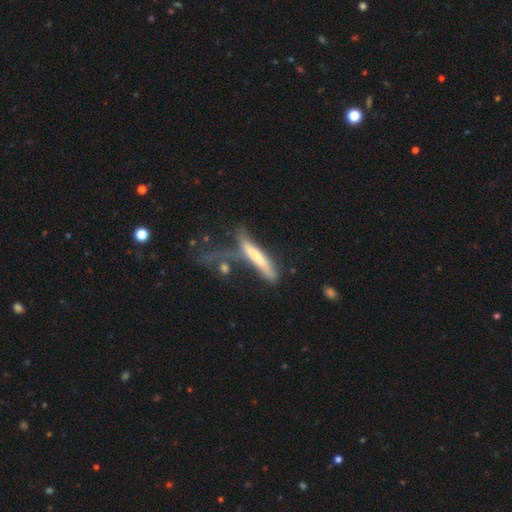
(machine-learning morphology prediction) The model was most divided on "smooth or featured": smooth: 48%, featured or disk: 45%, star or artifact: 7%. Remaining: merging — none (45%).